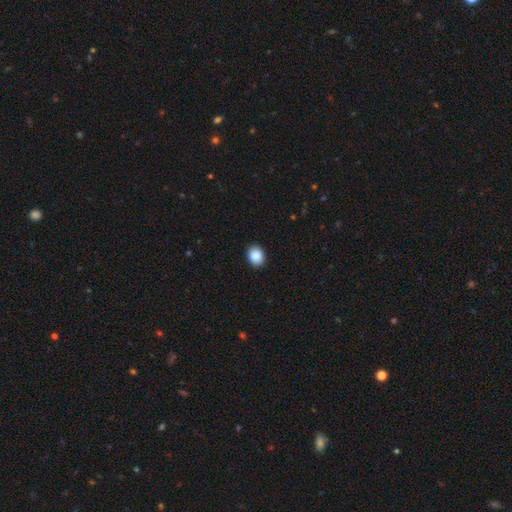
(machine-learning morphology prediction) Smooth or featured? smooth (89%)
How rounded? round (53%)
Merging? none (91%)